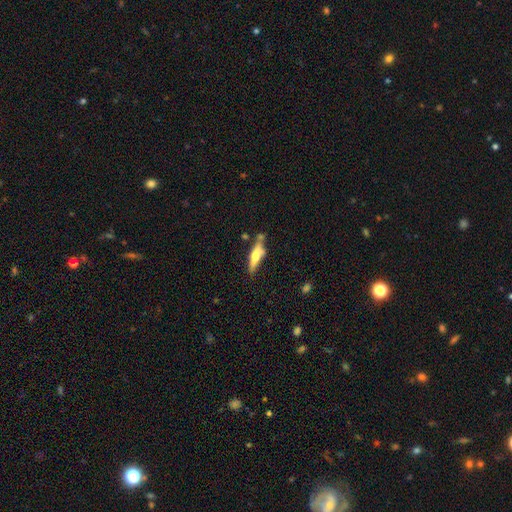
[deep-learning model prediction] Smooth or featured? Predicted: smooth (p=0.48). Merging? Predicted: none (p=0.62).